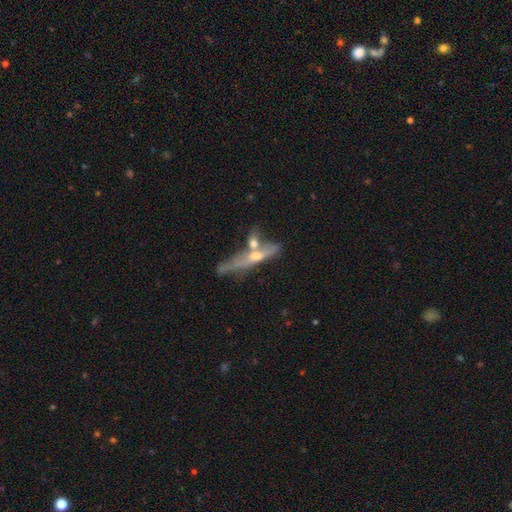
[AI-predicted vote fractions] Morphology: type=featured or disk (63%); edge-on=yes (83%); edge-on bulge=rounded (81%); merging=none (42%).